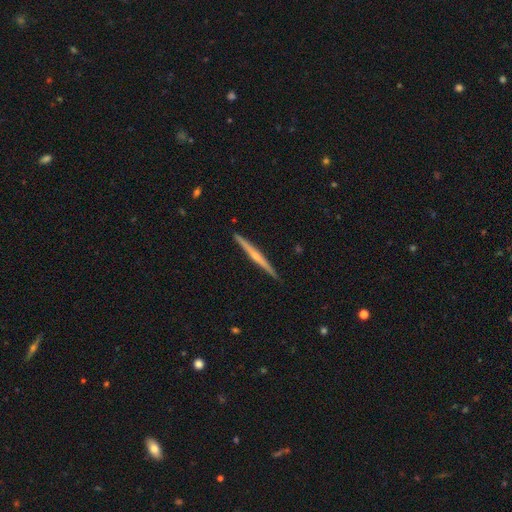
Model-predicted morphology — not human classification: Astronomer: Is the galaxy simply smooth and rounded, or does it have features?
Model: featured or disk — 73%.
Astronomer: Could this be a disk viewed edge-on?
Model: yes — 98%.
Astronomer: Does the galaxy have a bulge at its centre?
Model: rounded — 65%.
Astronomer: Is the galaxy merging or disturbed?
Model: none — 92%.